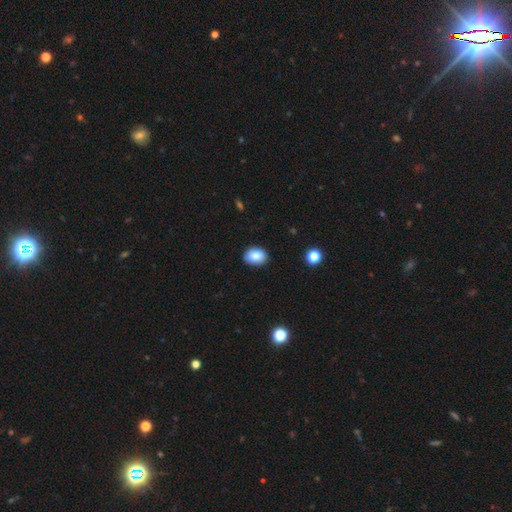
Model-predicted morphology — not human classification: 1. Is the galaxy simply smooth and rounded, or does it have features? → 86% smooth, 8% star or artifact, 6% featured or disk.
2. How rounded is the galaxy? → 72% in between, 27% round, 1% cigar-shaped.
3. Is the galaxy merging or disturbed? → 86% none, 11% minor disturbance, 2% major disturbance, 1% merger.